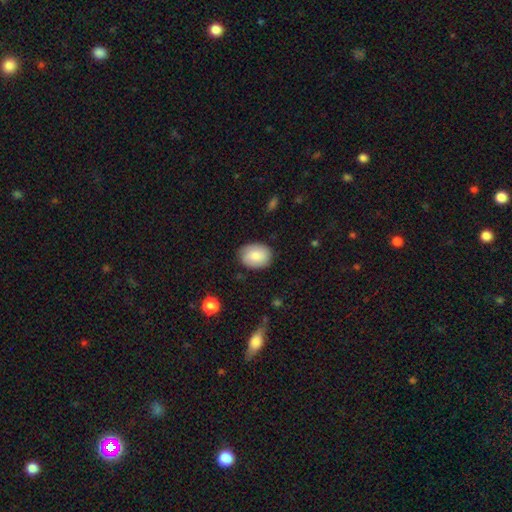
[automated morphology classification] smooth_or_featured: smooth (p=0.82) [alt: featured or disk p=0.11]
how_rounded: in between (p=0.65) [alt: round p=0.34]
merging: none (p=0.82) [alt: minor disturbance p=0.14]